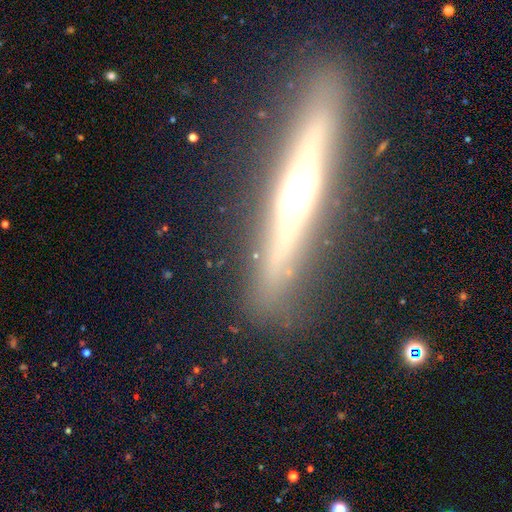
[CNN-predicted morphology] Overall: featured or disk (57%; smooth 26%). Edge-on disk: yes (85%). Merging: none (80%).